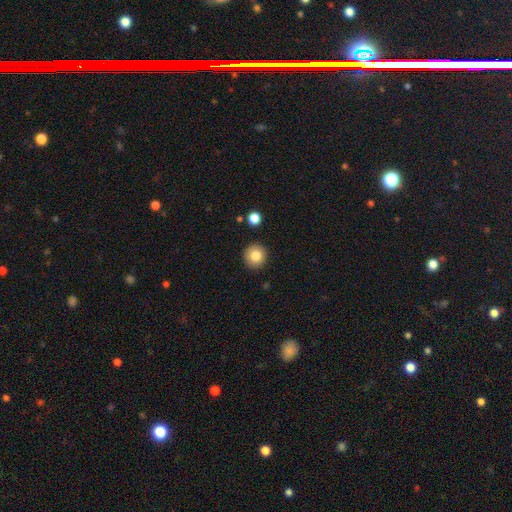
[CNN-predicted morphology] Overall: smooth (83%). How rounded: round (91%). Merging: none (91%).